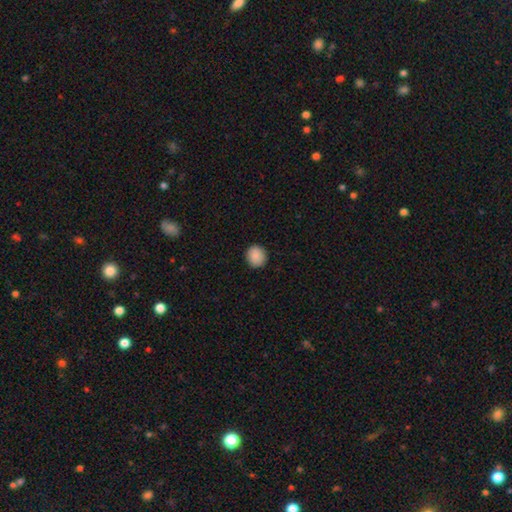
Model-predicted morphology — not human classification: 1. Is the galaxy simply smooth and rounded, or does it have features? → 89% smooth, 8% star or artifact, 3% featured or disk.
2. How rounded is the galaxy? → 85% round, 14% in between, 1% cigar-shaped.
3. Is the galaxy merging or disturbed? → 91% none, 6% minor disturbance, 2% major disturbance, 1% merger.